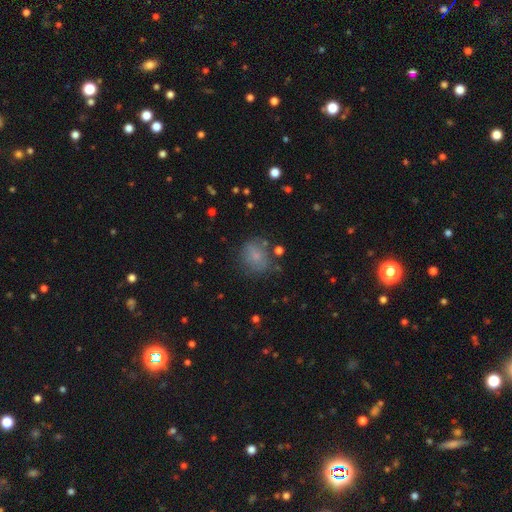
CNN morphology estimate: Smooth or featured?
  - smooth: 71% *
  - featured or disk: 15%
  - star or artifact: 14%
How rounded?
  - round: 64% *
  - in between: 35%
  - cigar-shaped: 1%
Merging?
  - none: 66% *
  - minor disturbance: 20%
  - major disturbance: 9%
  - merger: 4%